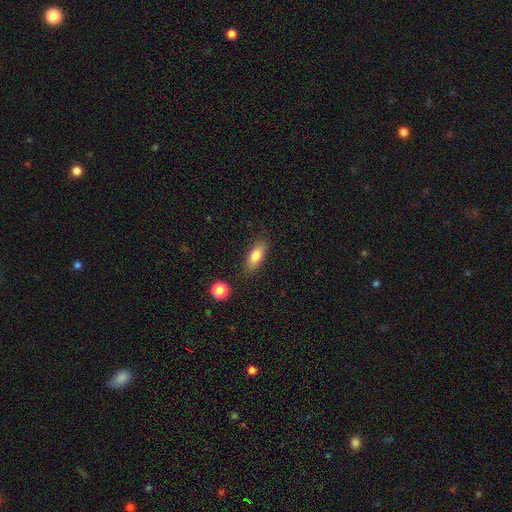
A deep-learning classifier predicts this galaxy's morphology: Smooth or featured? smooth (77%)
How rounded? in between (73%)
Merging? none (84%)